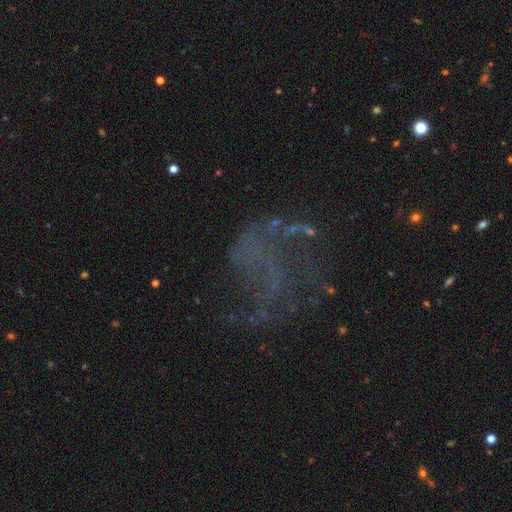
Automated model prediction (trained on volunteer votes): Smooth or featured: featured or disk — 60% (star or artifact — 25%)
Edge-on disk: no — 98% (yes — 2%)
Bar: no — 76% (weak — 18%)
Spiral arms: no — 51% (yes — 49%)
Bulge size: none — 77% (small — 15%)
Merging: none — 47% (major disturbance — 34%)